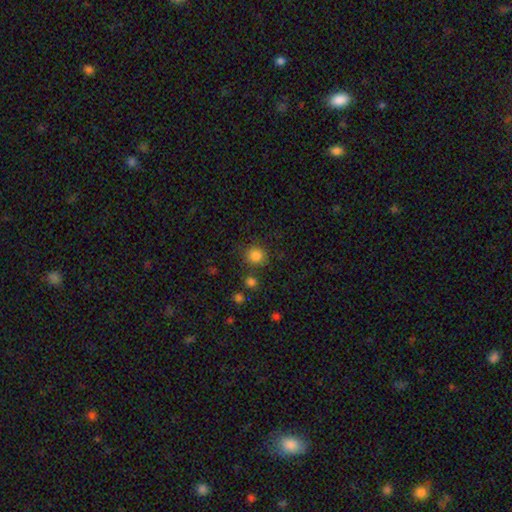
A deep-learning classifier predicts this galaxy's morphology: This appears to be a smooth galaxy with no disk features (84%) that is round (87%). Merging: none (81%).